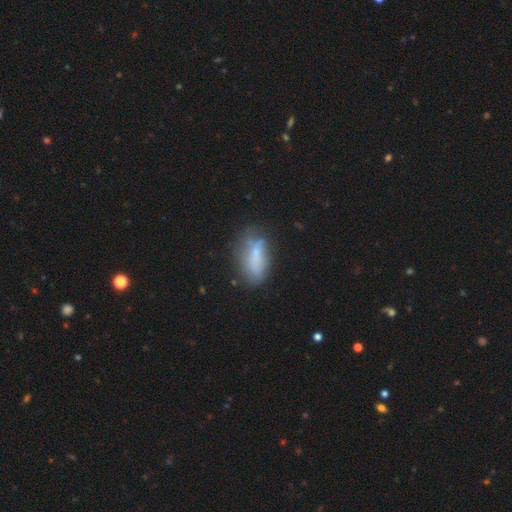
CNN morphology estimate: Smooth or featured?
  - smooth: 58% *
  - featured or disk: 31%
  - star or artifact: 10%
How rounded?
  - in between: 80% *
  - cigar-shaped: 15%
  - round: 5%
Merging?
  - none: 49% *
  - minor disturbance: 28%
  - major disturbance: 15%
  - merger: 8%